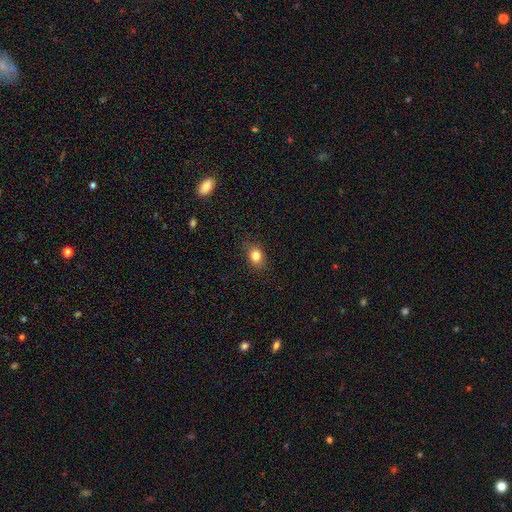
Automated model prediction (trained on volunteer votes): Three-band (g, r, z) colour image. It shows a smooth galaxy with no disk features (82%) that is in between round and cigar-shaped (54%). Merging: none (84%).